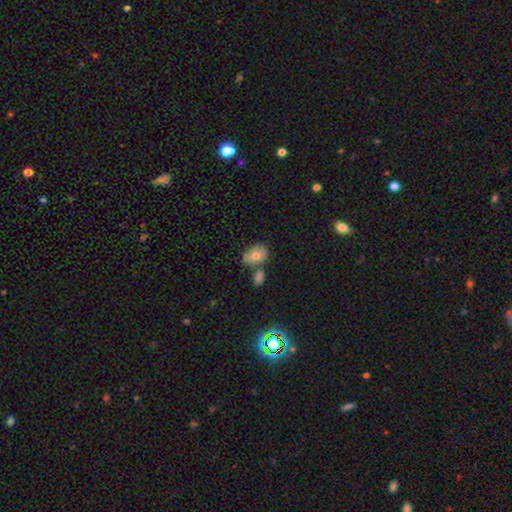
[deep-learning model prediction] smooth_or_featured: smooth (p=0.69) [alt: featured or disk p=0.23]
how_rounded: in between (p=0.76) [alt: round p=0.23]
merging: none (p=0.41) [alt: merger p=0.31]